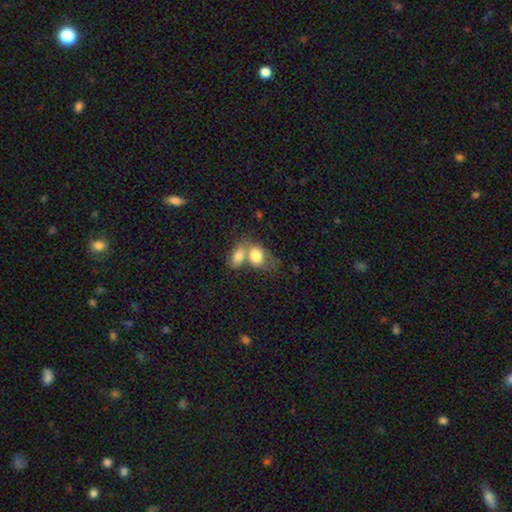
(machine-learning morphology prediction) smooth_or_featured: smooth (p=0.78) [alt: featured or disk p=0.15]
how_rounded: in between (p=0.70) [alt: round p=0.28]
merging: merger (p=0.65) [alt: none p=0.21]